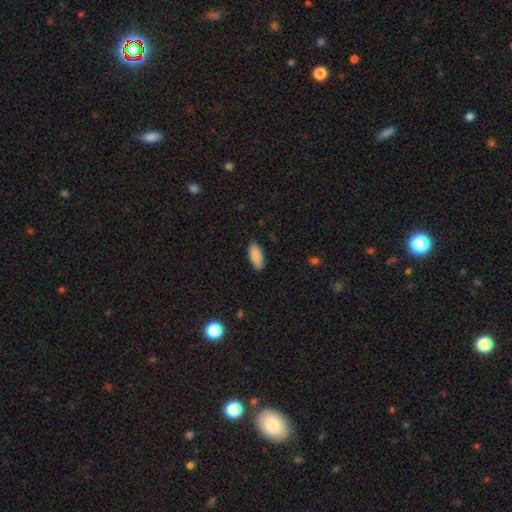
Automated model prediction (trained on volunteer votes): Smooth or featured: smooth — 89% (star or artifact — 6%)
How rounded: in between — 86% (cigar-shaped — 12%)
Merging: none — 88% (minor disturbance — 9%)